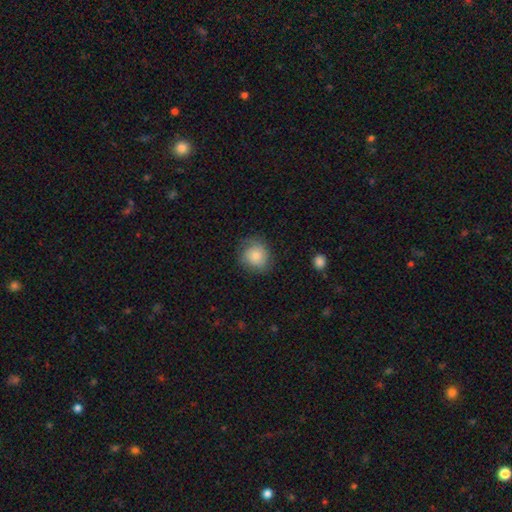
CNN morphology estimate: Q: Smooth or featured?
A: smooth (74%); runner-up: featured or disk (19%)
Q: How rounded?
A: round (82%); runner-up: in between (17%)
Q: Merging?
A: none (72%); runner-up: minor disturbance (19%)